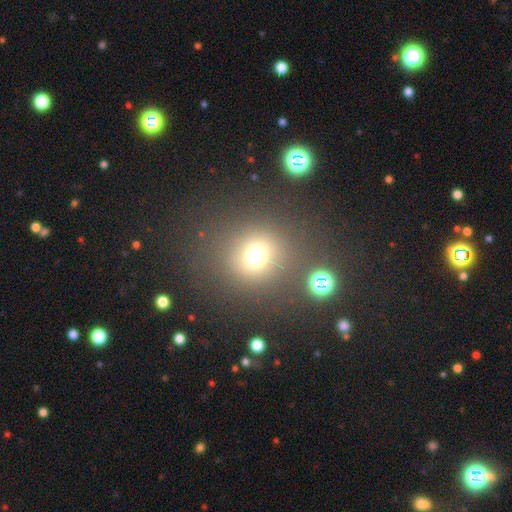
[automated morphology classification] Smooth or featured? Predicted: smooth (p=0.69). How rounded? Predicted: round (p=0.87). Merging? Predicted: none (p=0.79).